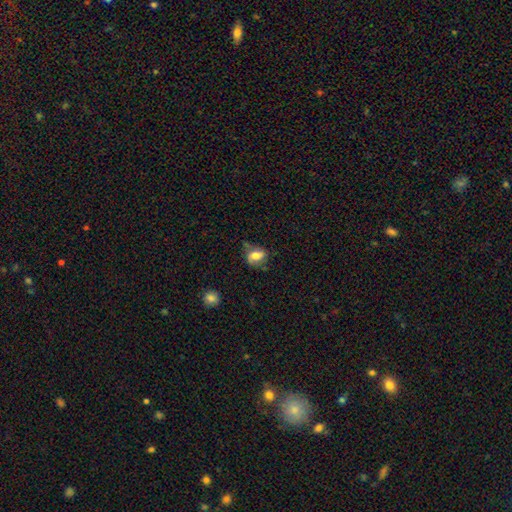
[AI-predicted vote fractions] Overall: smooth (62%; featured or disk 30%). How rounded: in between (69%). Merging: none (55%; minor disturbance 29%).